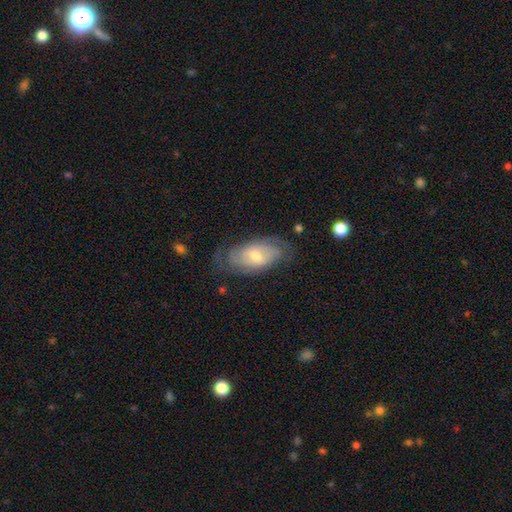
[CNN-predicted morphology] This appears to be a featured or disk galaxy (64%) with no bar (58%), spiral arms (82%) and a moderate central bulge (62%). Merging: none (64%).